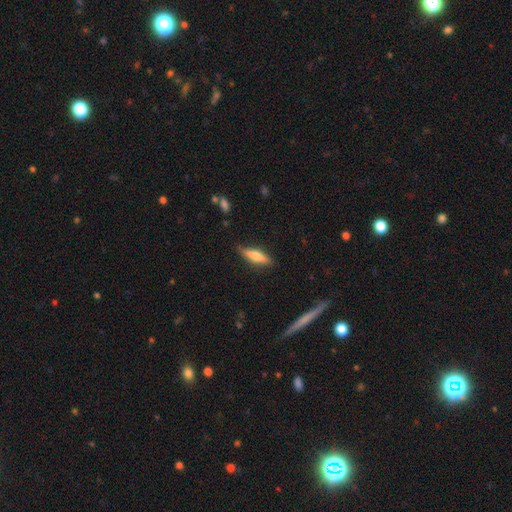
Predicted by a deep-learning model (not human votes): Smooth or featured?
  - smooth: 61% *
  - featured or disk: 33%
  - star or artifact: 6%
How rounded?
  - cigar-shaped: 66% *
  - in between: 32%
  - round: 2%
Merging?
  - none: 82% *
  - minor disturbance: 14%
  - major disturbance: 3%
  - merger: 2%